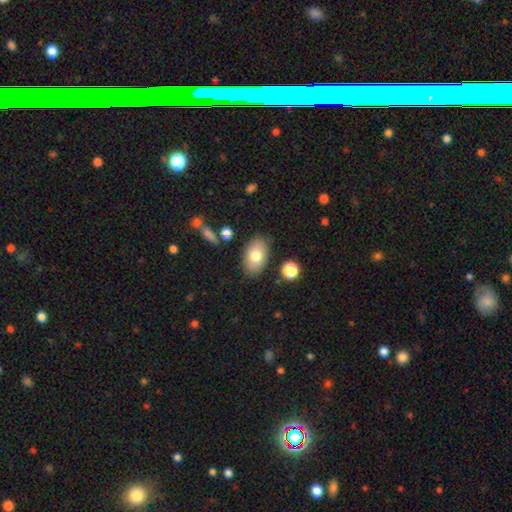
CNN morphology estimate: Overall: smooth (77%). How rounded: in between (90%). Merging: none (83%).